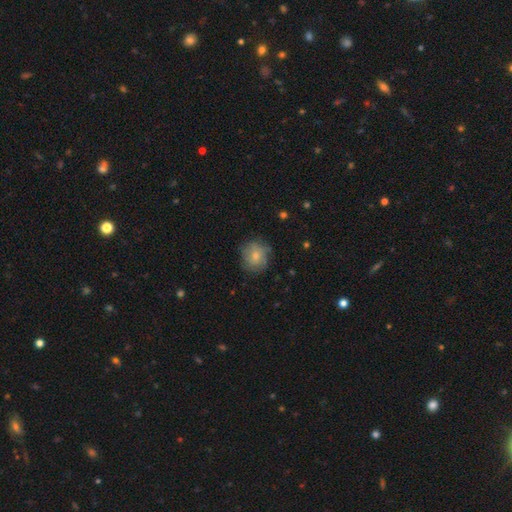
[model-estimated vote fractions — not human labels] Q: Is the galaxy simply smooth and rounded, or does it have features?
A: smooth — 71%.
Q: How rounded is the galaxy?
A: round — 83%.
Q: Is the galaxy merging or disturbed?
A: none — 74%.